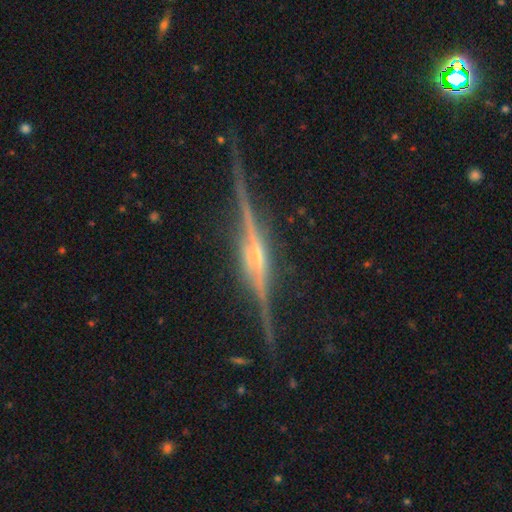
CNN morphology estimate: This appears to be a featured or disk galaxy (90%) viewed edge-on (98%) with a rounded central bulge (63%). Merging: none (85%).